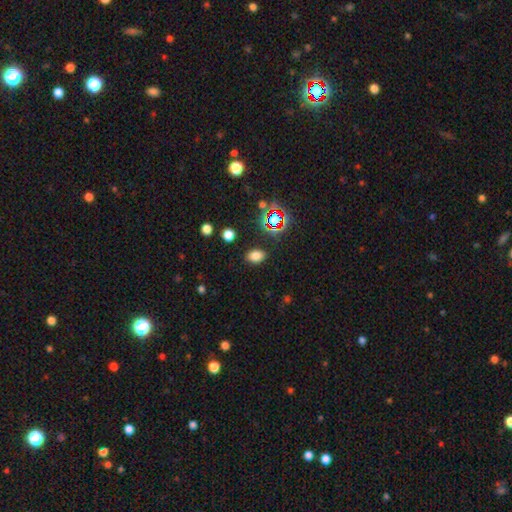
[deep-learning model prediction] This appears to be a smooth galaxy with no disk features (75%) that is in between round and cigar-shaped (80%). Merging: none (86%).